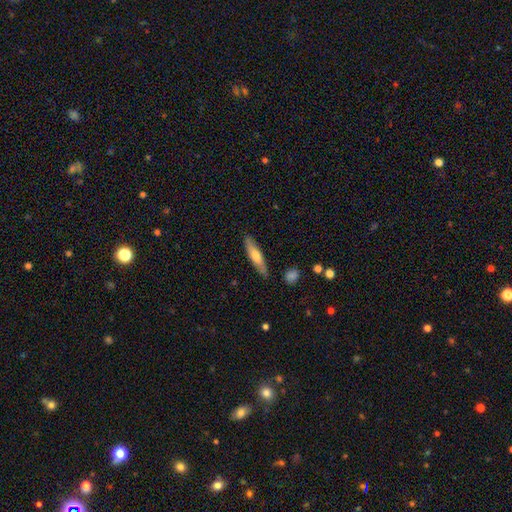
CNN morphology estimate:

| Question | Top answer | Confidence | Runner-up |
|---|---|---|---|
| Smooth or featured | smooth | 59% | featured or disk (35%) |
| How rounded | cigar-shaped | 83% | in between (16%) |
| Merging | none | 85% | minor disturbance (11%) |